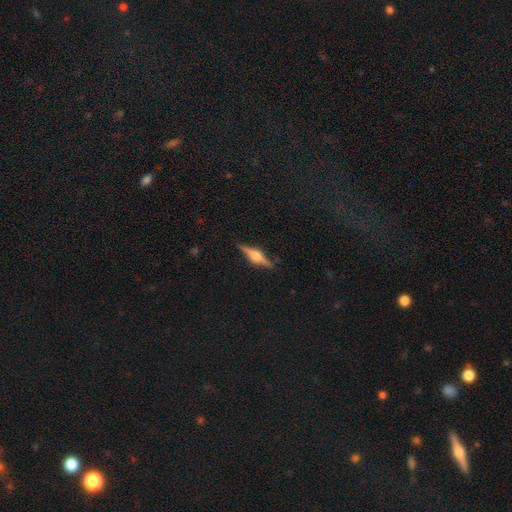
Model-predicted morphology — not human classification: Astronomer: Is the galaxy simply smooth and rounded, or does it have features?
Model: featured or disk — 80%.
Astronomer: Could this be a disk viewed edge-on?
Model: yes — 98%.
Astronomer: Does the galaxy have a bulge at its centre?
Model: rounded — 91%.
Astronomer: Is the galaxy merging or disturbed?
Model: none — 89%.